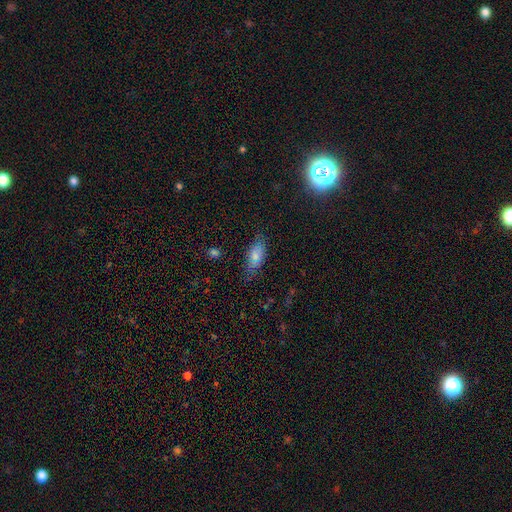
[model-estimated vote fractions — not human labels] Smooth or featured? smooth (73%)
How rounded? in between (84%)
Merging? none (74%)